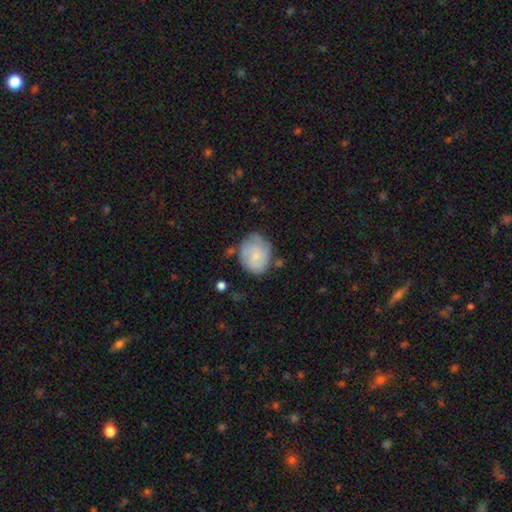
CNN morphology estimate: Smooth or featured?
  - smooth: 54% *
  - featured or disk: 38%
  - star or artifact: 7%
How rounded?
  - round: 58% *
  - in between: 41%
  - cigar-shaped: 1%
Merging?
  - none: 56% *
  - minor disturbance: 28%
  - major disturbance: 10%
  - merger: 6%